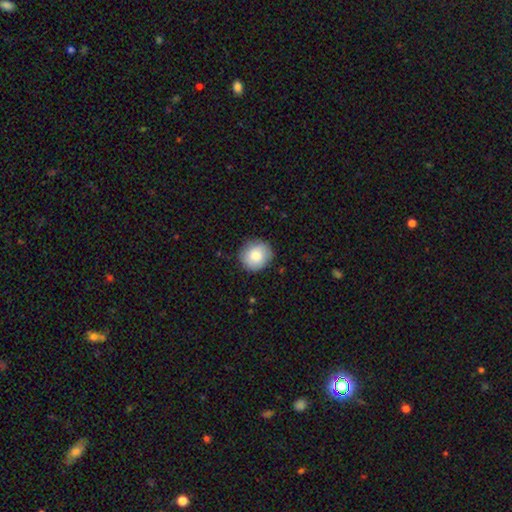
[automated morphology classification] type=smooth (82%); roundness=round (88%); merging=none (86%).